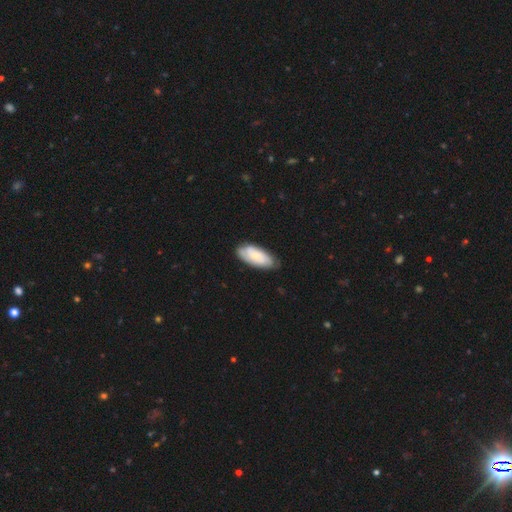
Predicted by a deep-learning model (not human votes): A smooth galaxy with no disk features (48%). Merging: none (74%).